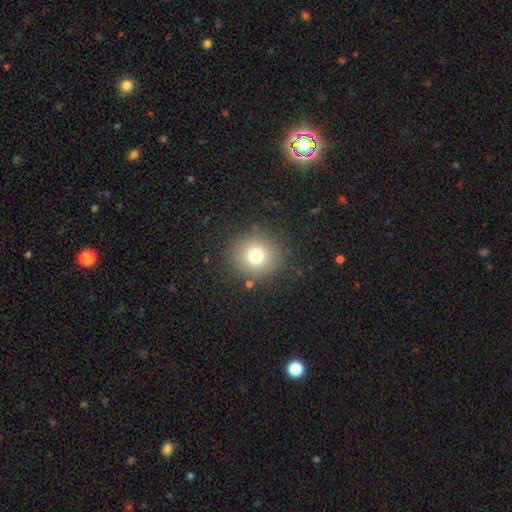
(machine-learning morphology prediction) smooth-or-featured: smooth: 76% | star or artifact: 14% | featured or disk: 10%
  how-rounded: round: 90% | in between: 9% | cigar-shaped: 1%
  merging: none: 86% | minor disturbance: 8% | major disturbance: 4% | merger: 2%